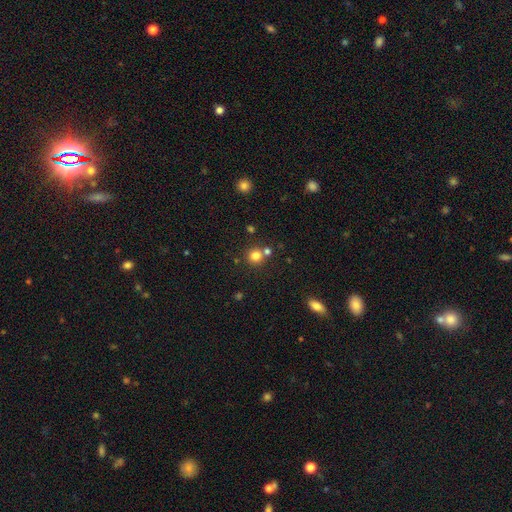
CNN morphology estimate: Overall: smooth (80%). How rounded: round (92%). Merging: none (72%).